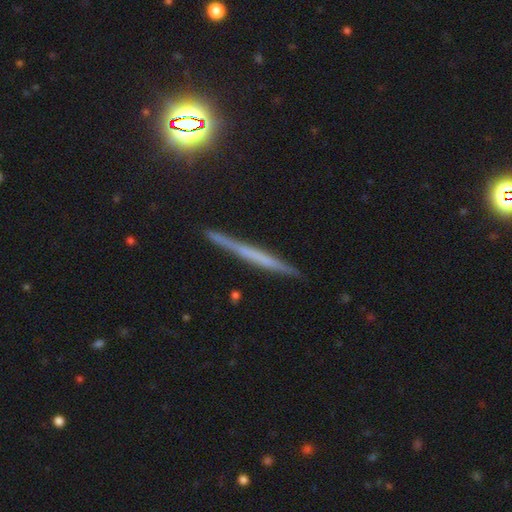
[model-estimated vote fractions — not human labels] A featured or disk galaxy (53%) viewed edge-on (97%) with no central bulge (86%).

Vote fractions:
- Smooth or featured? featured or disk: 53% / smooth: 35% / star or artifact: 12%
- Edge-on disk? yes: 97% / no: 3%
- Edge-on bulge? none: 86% / rounded: 8% / boxy: 6%
- Merging? none: 89% / minor disturbance: 8% / major disturbance: 2% / merger: 1%